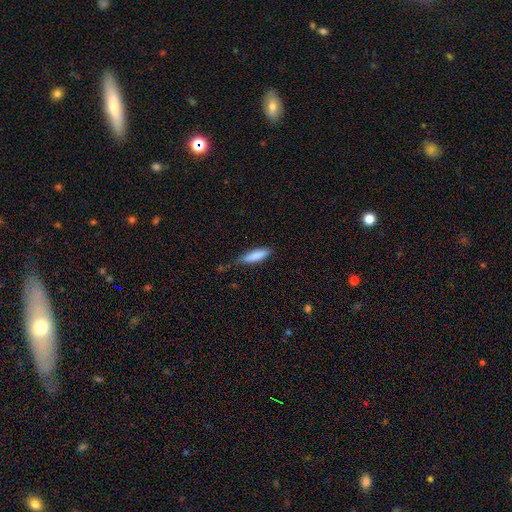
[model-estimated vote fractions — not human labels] This is clearly a smooth galaxy (85%). How rounded: likely cigar-shaped (67%). Merging: likely none (68%).